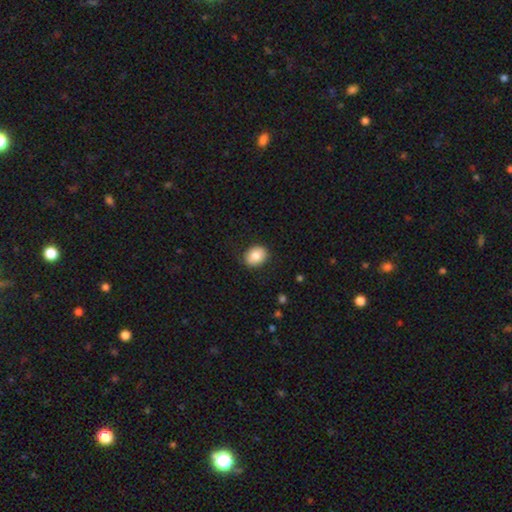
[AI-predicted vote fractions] A smooth galaxy with no disk features (82%) that is in between round and cigar-shaped (50%).

Vote fractions:
- Smooth or featured? smooth: 82% / featured or disk: 10% / star or artifact: 8%
- How rounded? in between: 50% / round: 49% / cigar-shaped: 1%
- Merging? none: 84% / minor disturbance: 12% / major disturbance: 3% / merger: 1%